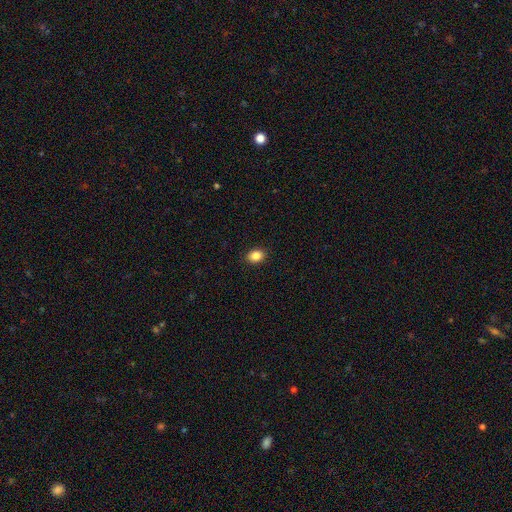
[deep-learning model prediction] Smooth or featured?
  - smooth: 87% *
  - star or artifact: 9%
  - featured or disk: 4%
How rounded?
  - in between: 68% *
  - round: 31%
  - cigar-shaped: 1%
Merging?
  - none: 90% *
  - minor disturbance: 7%
  - major disturbance: 2%
  - merger: 1%